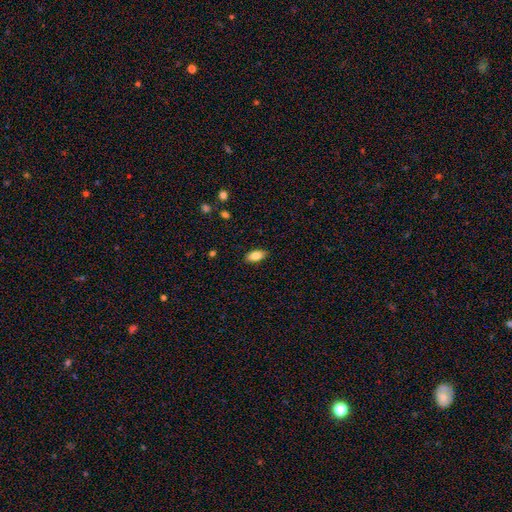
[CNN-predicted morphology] A smooth galaxy with no disk features (85%) that is in between round and cigar-shaped (90%).

Vote fractions:
- Smooth or featured? smooth: 85% / featured or disk: 8% / star or artifact: 7%
- How rounded? in between: 90% / cigar-shaped: 7% / round: 3%
- Merging? none: 86% / minor disturbance: 11% / major disturbance: 2% / merger: 1%